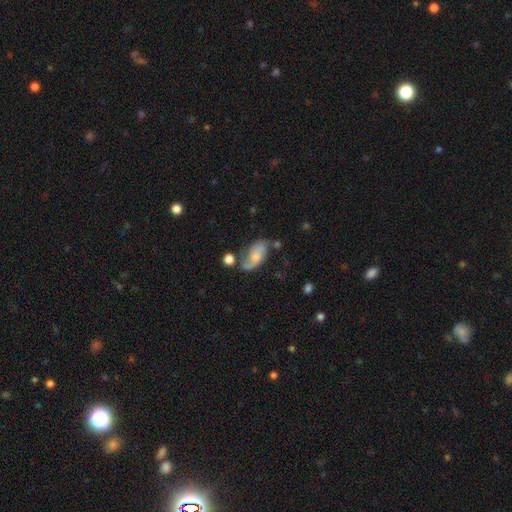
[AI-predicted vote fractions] Smooth or featured?
  - featured or disk: 62% *
  - smooth: 30%
  - star or artifact: 8%
Edge-on disk?
  - no: 95% *
  - yes: 5%
Bar?
  - no: 63% *
  - weak: 31%
  - strong: 6%
Spiral arms?
  - yes: 90% *
  - no: 10%
Spiral winding?
  - loose: 44% *
  - medium: 40%
  - tight: 17%
Spiral arm count?
  - 2: 80% *
  - 1: 9%
  - can't tell: 8%
  - 3: 1%
  - 4: 1%
  - more than 4: 1%
Bulge size?
  - small: 34% *
  - moderate: 32%
  - none: 22%
  - large: 10%
  - dominant: 2%
Merging?
  - none: 50% *
  - minor disturbance: 25%
  - major disturbance: 14%
  - merger: 11%